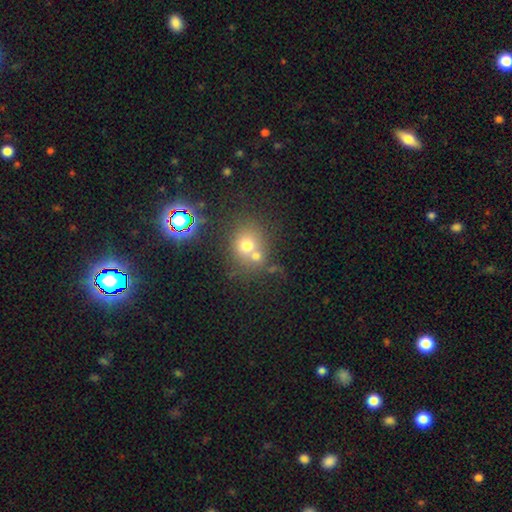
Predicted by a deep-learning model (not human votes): A smooth galaxy with no disk features (67%) that is round (74%). Merging: none (44%).